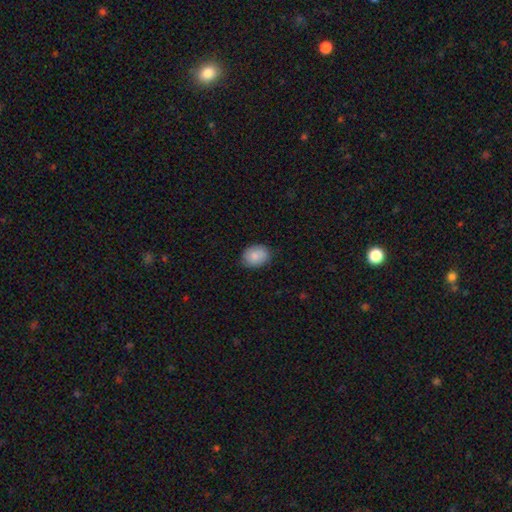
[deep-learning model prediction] Overall: smooth (84%). How rounded: in between (62%; round 38%). Merging: none (82%).